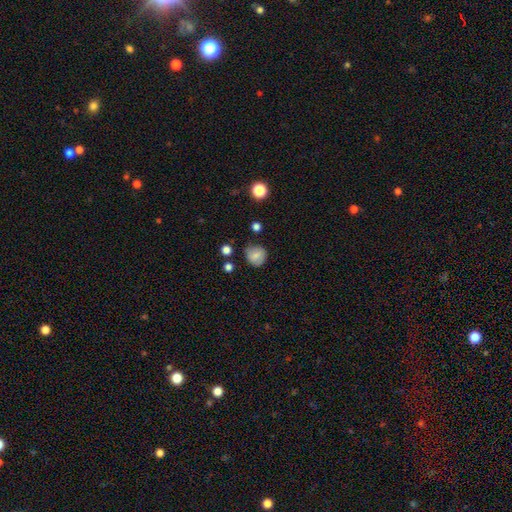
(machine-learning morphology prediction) Overall: smooth (78%). How rounded: round (87%). Merging: none (78%).